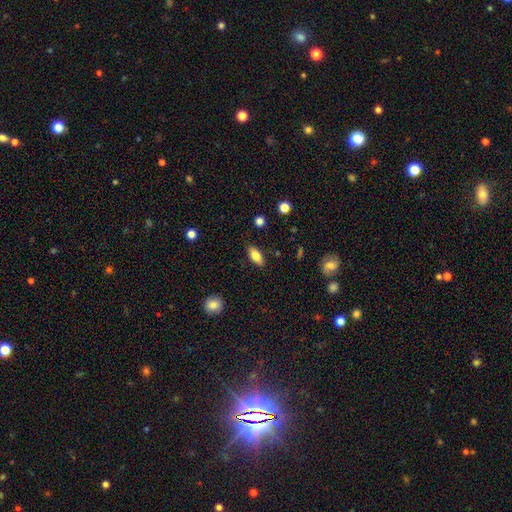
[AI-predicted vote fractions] A smooth galaxy with no disk features (76%) that is in between round and cigar-shaped (83%).

Vote fractions:
- Smooth or featured? smooth: 76% / featured or disk: 17% / star or artifact: 7%
- How rounded? in between: 83% / cigar-shaped: 14% / round: 3%
- Merging? none: 87% / minor disturbance: 9% / major disturbance: 2% / merger: 1%